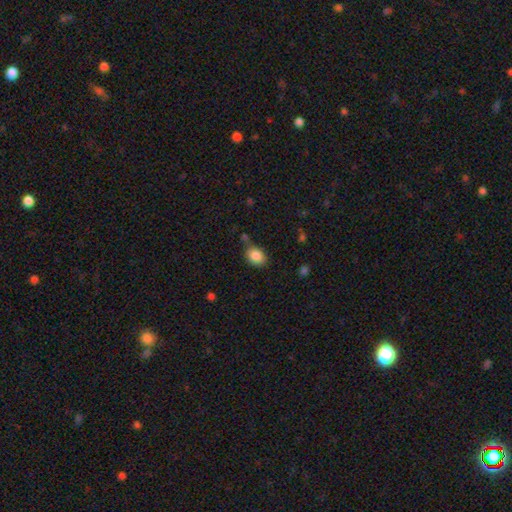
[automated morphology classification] Smooth or featured? smooth (86%)
How rounded? in between (69%)
Merging? none (73%)